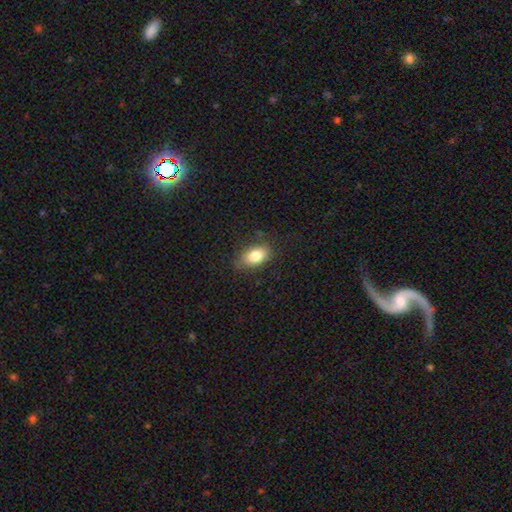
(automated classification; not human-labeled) A smooth galaxy with no disk features (81%) that is in between round and cigar-shaped (88%).

Vote fractions:
- Smooth or featured? smooth: 81% / featured or disk: 10% / star or artifact: 8%
- How rounded? in between: 88% / round: 10% / cigar-shaped: 2%
- Merging? none: 78% / minor disturbance: 17% / major disturbance: 4% / merger: 1%